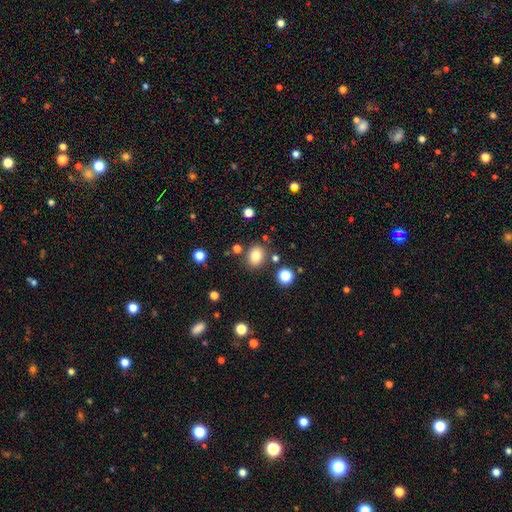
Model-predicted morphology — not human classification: type=smooth (81%); roundness=round (51%); merging=none (81%).